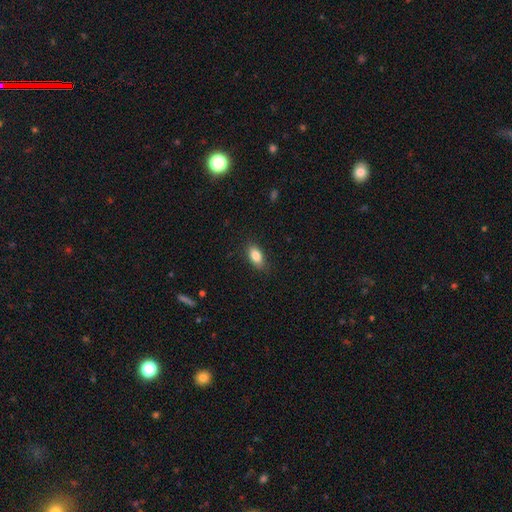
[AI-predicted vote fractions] Smooth or featured? smooth (85%)
How rounded? in between (88%)
Merging? none (83%)